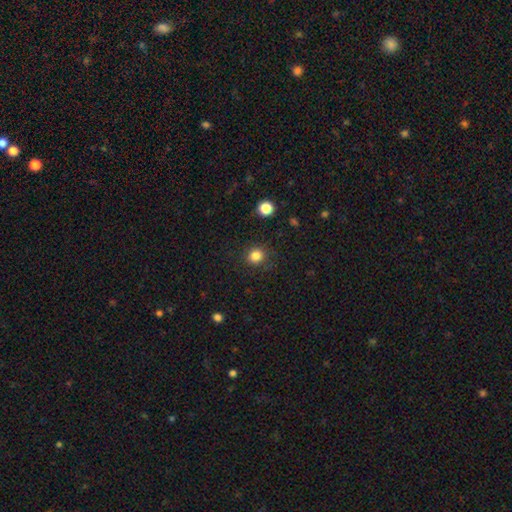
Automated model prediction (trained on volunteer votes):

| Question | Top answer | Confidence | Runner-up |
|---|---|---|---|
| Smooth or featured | smooth | 83% | star or artifact (12%) |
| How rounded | round | 86% | in between (13%) |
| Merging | none | 88% | minor disturbance (8%) |